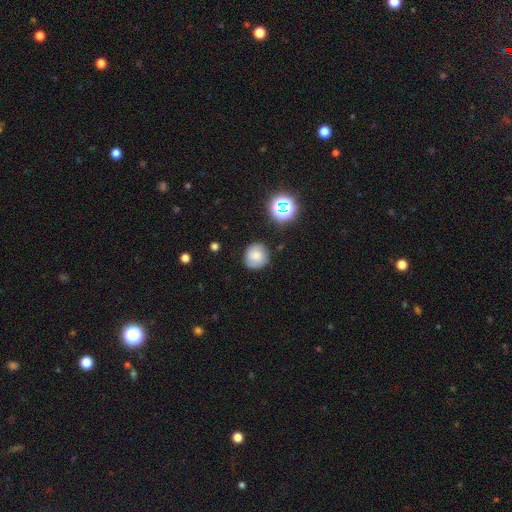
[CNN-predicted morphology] Smooth or featured?
  - smooth: 72% *
  - featured or disk: 15%
  - star or artifact: 13%
How rounded?
  - round: 91% *
  - in between: 8%
  - cigar-shaped: 1%
Merging?
  - none: 83% *
  - minor disturbance: 12%
  - major disturbance: 3%
  - merger: 2%